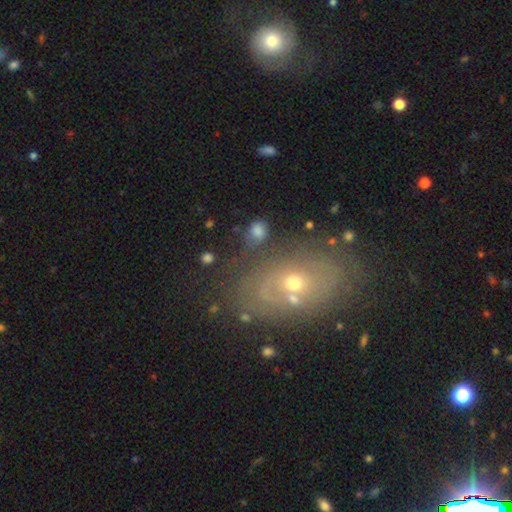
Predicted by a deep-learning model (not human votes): A featured or disk galaxy (53%).

Vote fractions:
- Smooth or featured? featured or disk: 53% / smooth: 31% / star or artifact: 15%
- Edge-on disk? no: 92% / yes: 8%
- Merging? none: 71% / minor disturbance: 16% / major disturbance: 7% / merger: 6%